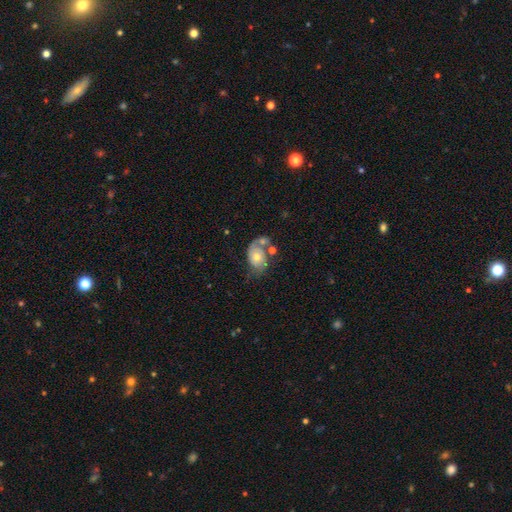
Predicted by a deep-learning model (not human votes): smooth_or_featured: featured or disk (p=0.65) [alt: smooth p=0.26]
disk_edge_on: no (p=0.96) [alt: yes p=0.04]
bar: no (p=0.78) [alt: weak p=0.18]
has_spiral_arms: yes (p=0.80) [alt: no p=0.20]
spiral_winding: medium (p=0.38) [alt: tight p=0.33]
spiral_arm_count: 2 (p=0.55) [alt: 1 p=0.26]
bulge_size: moderate (p=0.62) [alt: small p=0.31]
merging: none (p=0.40) [alt: merger p=0.21]